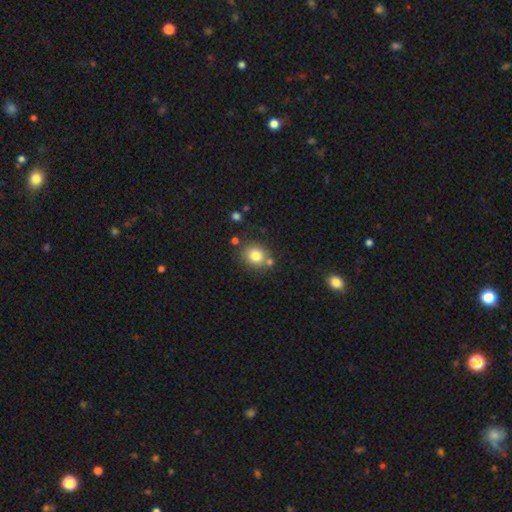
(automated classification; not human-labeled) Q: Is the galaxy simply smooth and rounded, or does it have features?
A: smooth — 80%.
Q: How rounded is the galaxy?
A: round — 76%.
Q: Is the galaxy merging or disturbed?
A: none — 72%.